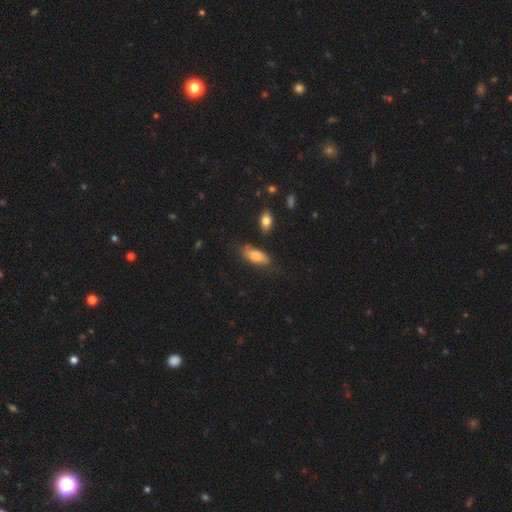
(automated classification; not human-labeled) The model was most divided on "merging": none: 67%, minor disturbance: 23%, major disturbance: 6%, merger: 5%. More confident: how rounded — in between (82%); smooth or featured — smooth (74%).